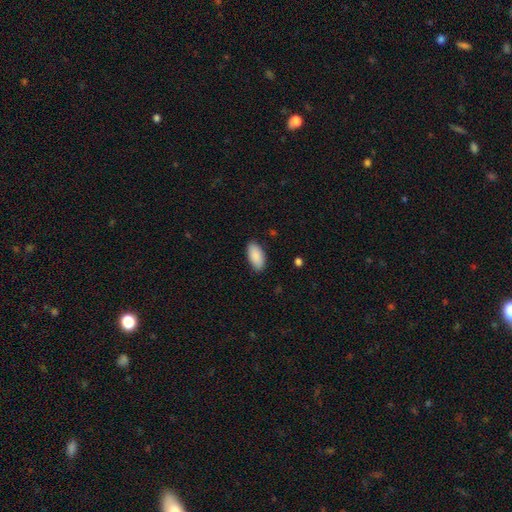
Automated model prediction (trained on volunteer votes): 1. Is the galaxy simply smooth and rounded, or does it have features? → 90% smooth, 6% star or artifact, 4% featured or disk.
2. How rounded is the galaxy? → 93% in between, 5% cigar-shaped, 2% round.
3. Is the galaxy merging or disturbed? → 87% none, 10% minor disturbance, 2% major disturbance, 1% merger.